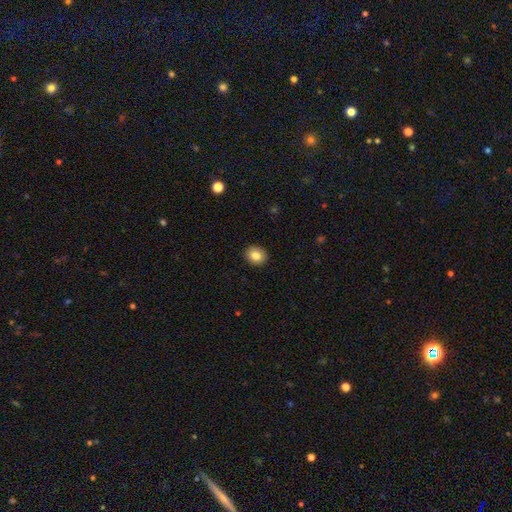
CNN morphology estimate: smooth 83%, star or artifact 9%, featured or disk 8%. Down the decision tree: how rounded — round (70%); merging — none (92%).